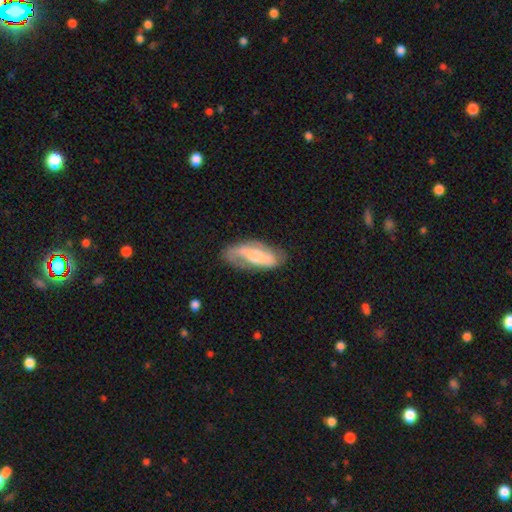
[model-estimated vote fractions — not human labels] Q: Smooth or featured?
A: featured or disk (66%); runner-up: smooth (28%)
Q: Edge-on disk?
A: no (88%); runner-up: yes (12%)
Q: Bar?
A: no (39%); runner-up: weak (35%)
Q: Spiral arms?
A: yes (81%); runner-up: no (19%)
Q: Bulge size?
A: moderate (61%); runner-up: small (25%)
Q: Merging?
A: none (65%); runner-up: minor disturbance (23%)